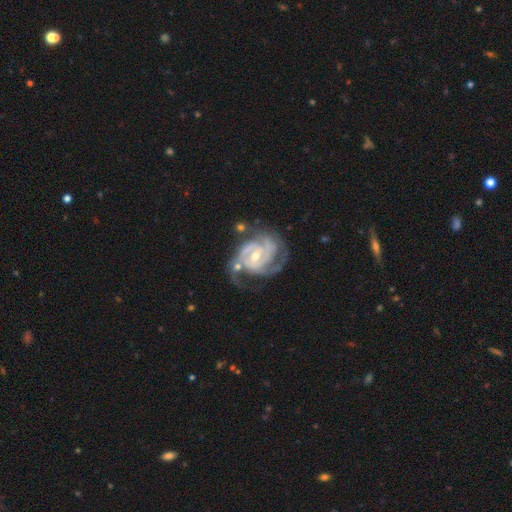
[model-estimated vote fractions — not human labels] Smooth or featured?
  - featured or disk: 92% *
  - star or artifact: 4%
  - smooth: 4%
Edge-on disk?
  - no: 98% *
  - yes: 2%
Bar?
  - no: 51% *
  - weak: 38%
  - strong: 10%
Spiral arms?
  - yes: 98% *
  - no: 2%
Spiral winding?
  - tight: 60% *
  - medium: 34%
  - loose: 6%
Spiral arm count?
  - 3: 42% *
  - 2: 23%
  - can't tell: 14%
  - 4: 11%
  - 1: 5%
  - more than 4: 5%
Bulge size?
  - moderate: 52% *
  - small: 44%
  - large: 2%
  - none: 1%
  - dominant: 1%
Merging?
  - none: 51% *
  - minor disturbance: 22%
  - major disturbance: 19%
  - merger: 8%